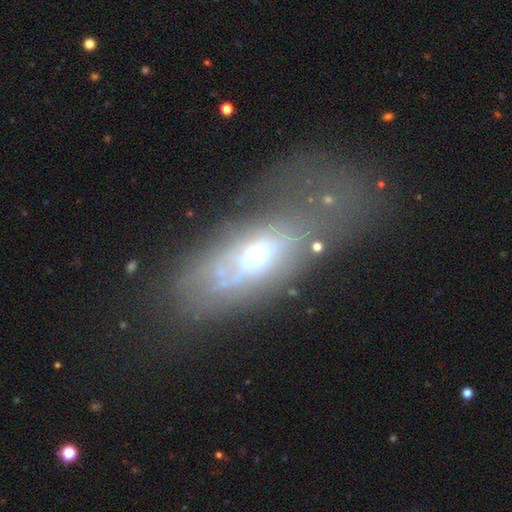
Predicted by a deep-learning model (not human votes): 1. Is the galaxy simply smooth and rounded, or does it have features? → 53% featured or disk, 36% smooth, 12% star or artifact.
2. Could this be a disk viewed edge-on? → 78% no, 22% yes.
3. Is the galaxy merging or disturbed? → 37% none, 33% major disturbance, 23% minor disturbance, 6% merger.